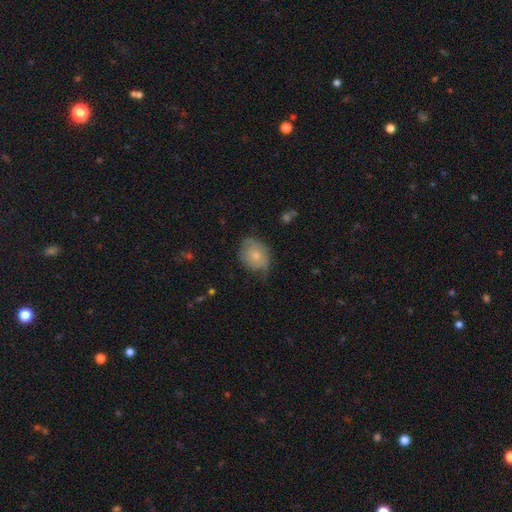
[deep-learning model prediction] smooth 68%, featured or disk 25%, star or artifact 7%. Down the decision tree: how rounded — in between (58%); merging — none (52%).